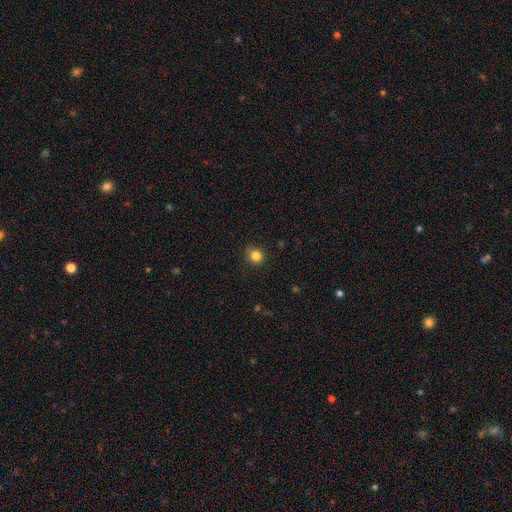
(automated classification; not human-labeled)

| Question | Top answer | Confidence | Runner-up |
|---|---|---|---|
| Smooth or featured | smooth | 84% | star or artifact (12%) |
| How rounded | round | 84% | in between (15%) |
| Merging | none | 87% | minor disturbance (10%) |